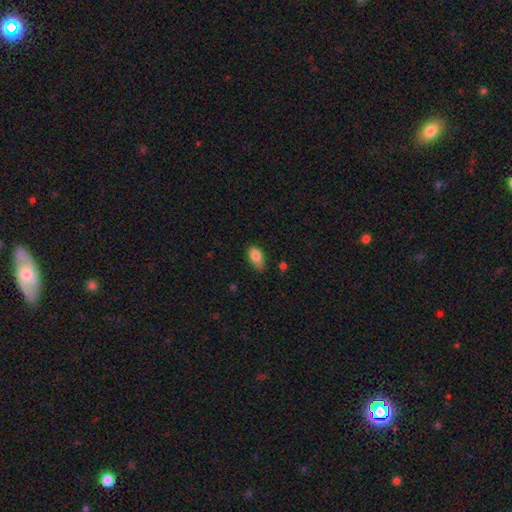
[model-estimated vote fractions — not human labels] This appears to be a smooth galaxy with no disk features (85%) that is in between round and cigar-shaped (90%). Merging: none (63%).